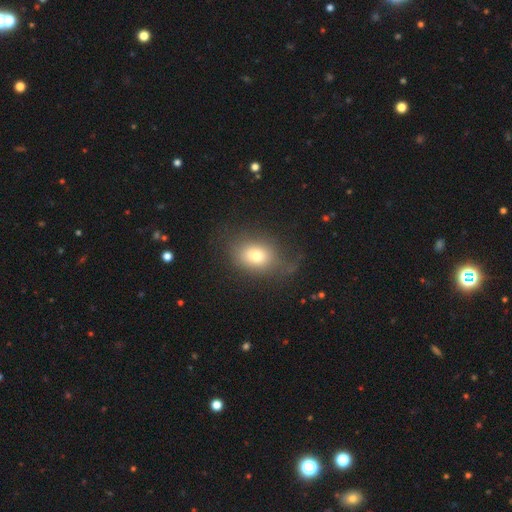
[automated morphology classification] smooth 72%, featured or disk 16%, star or artifact 12%. Down the decision tree: how rounded — in between (57%); merging — none (59%).